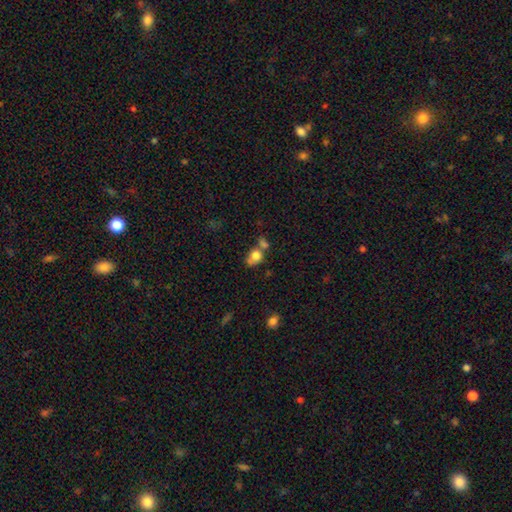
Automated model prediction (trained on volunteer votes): Smooth or featured?
  - smooth: 77% *
  - featured or disk: 13%
  - star or artifact: 10%
How rounded?
  - in between: 54% *
  - round: 45%
  - cigar-shaped: 1%
Merging?
  - merger: 43% *
  - none: 32%
  - minor disturbance: 16%
  - major disturbance: 10%